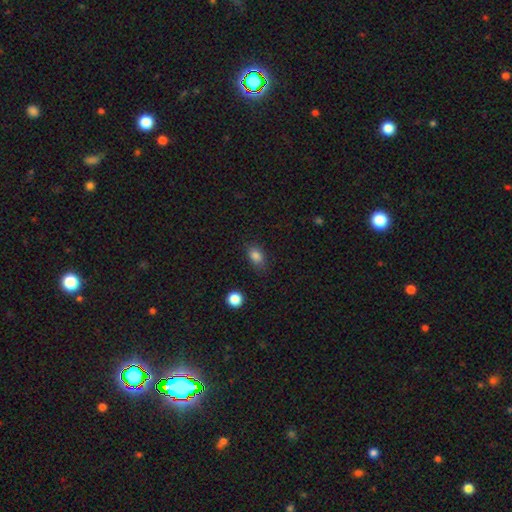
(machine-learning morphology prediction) A smooth galaxy with no disk features (83%) that is in between round and cigar-shaped (80%).

Vote fractions:
- Smooth or featured? smooth: 83% / star or artifact: 11% / featured or disk: 6%
- How rounded? in between: 80% / round: 18% / cigar-shaped: 3%
- Merging? none: 79% / minor disturbance: 16% / major disturbance: 4% / merger: 2%